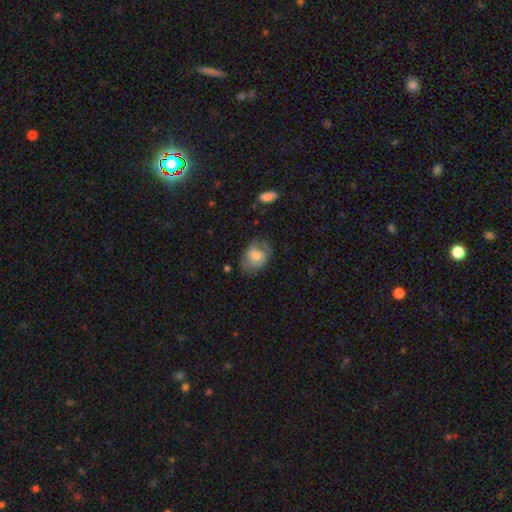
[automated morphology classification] type=smooth (68%); roundness=in between (67%); merging=none (64%).